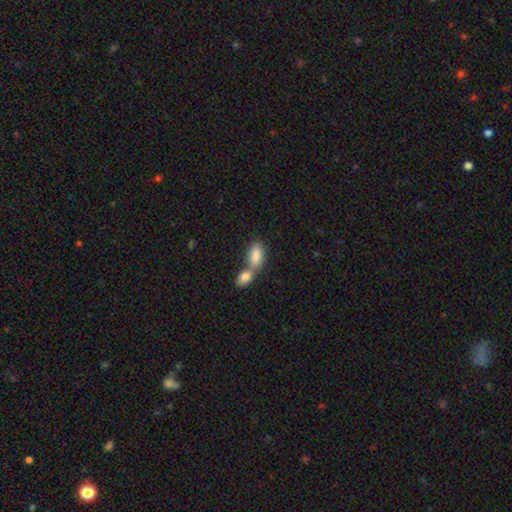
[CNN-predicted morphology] A smooth galaxy with no disk features (85%) that is in between round and cigar-shaped (91%).

Vote fractions:
- Smooth or featured? smooth: 85% / featured or disk: 8% / star or artifact: 7%
- How rounded? in between: 91% / round: 5% / cigar-shaped: 4%
- Merging? merger: 64% / none: 26% / minor disturbance: 7% / major disturbance: 3%